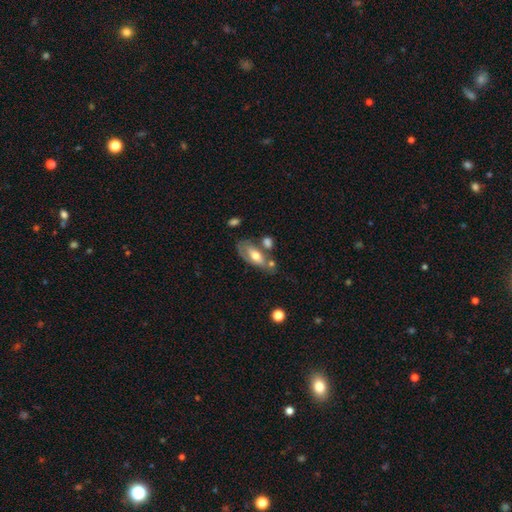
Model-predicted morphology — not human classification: A smooth galaxy with no disk features (48%).

Vote fractions:
- Smooth or featured? smooth: 48% / featured or disk: 45% / star or artifact: 7%
- Merging? none: 46% / merger: 21% / minor disturbance: 21% / major disturbance: 11%